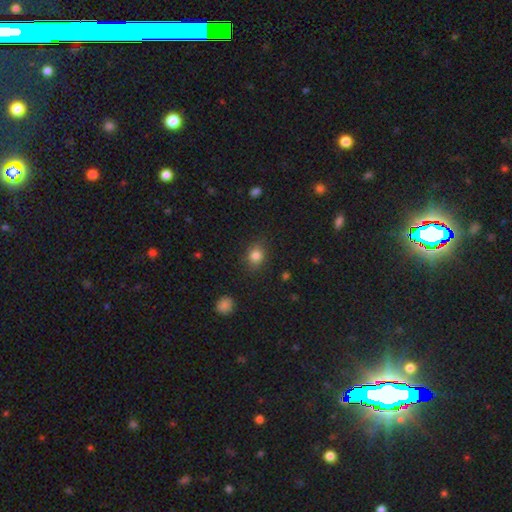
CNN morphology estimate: Smooth or featured: smooth — 82% (star or artifact — 12%)
How rounded: round — 58% (in between — 41%)
Merging: none — 85% (minor disturbance — 11%)